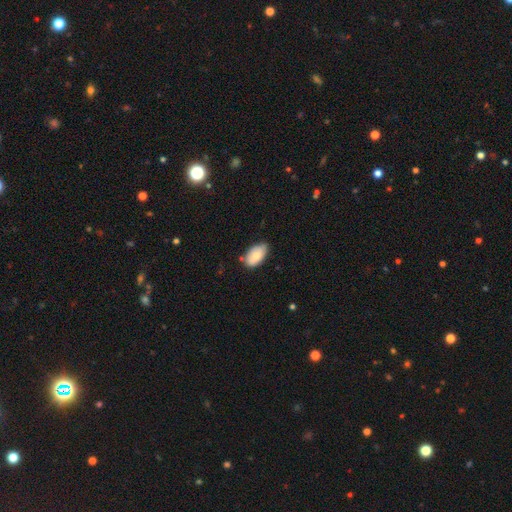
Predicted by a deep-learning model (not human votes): The model was most divided on "merging": none: 68%, minor disturbance: 25%, major disturbance: 3%, merger: 3%. More confident: how rounded — in between (94%); smooth or featured — smooth (82%).